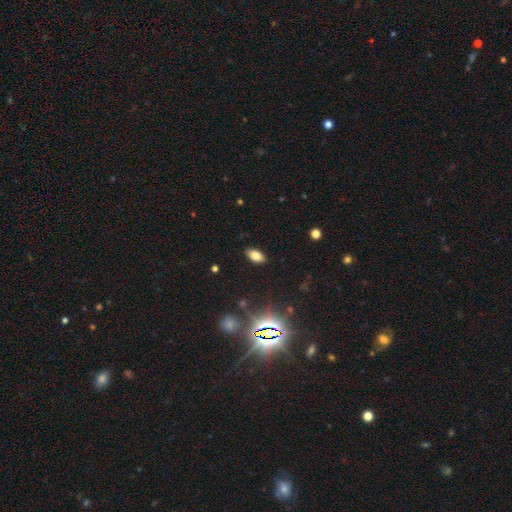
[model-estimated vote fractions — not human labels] Overall: smooth (76%). How rounded: in between (91%). Merging: none (88%).